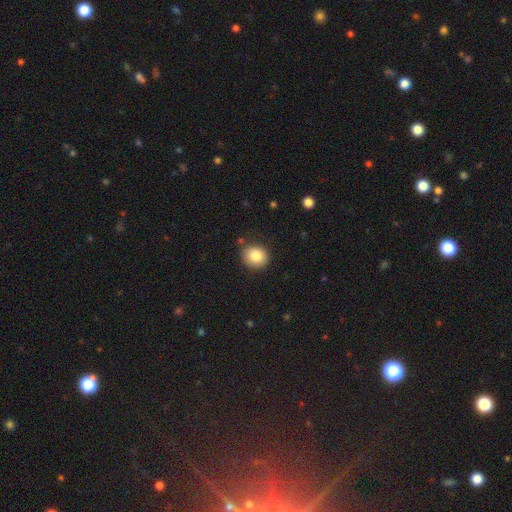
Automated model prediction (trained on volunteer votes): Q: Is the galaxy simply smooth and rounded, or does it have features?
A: smooth — 84%.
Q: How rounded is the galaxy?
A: round — 75%.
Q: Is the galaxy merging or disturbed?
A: none — 84%.